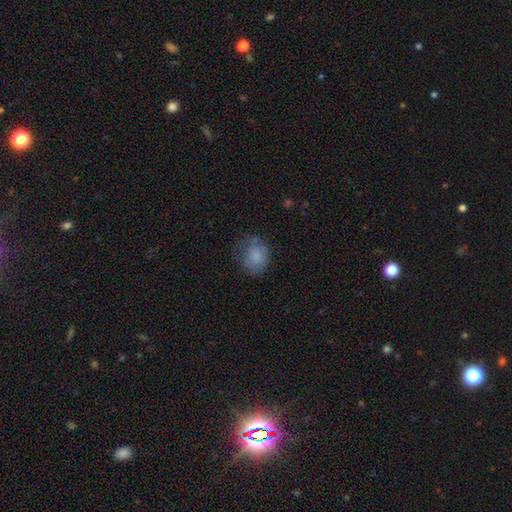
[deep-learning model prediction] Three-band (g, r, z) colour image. It shows a smooth galaxy with no disk features (79%) that is round (58%). Merging: none (62%).